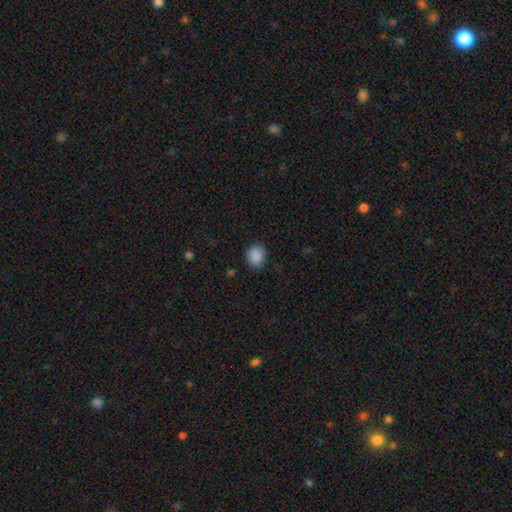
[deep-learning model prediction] Smooth or featured?
  - smooth: 88% *
  - star or artifact: 8%
  - featured or disk: 3%
How rounded?
  - round: 55% *
  - in between: 44%
  - cigar-shaped: 1%
Merging?
  - none: 83% *
  - minor disturbance: 13%
  - major disturbance: 3%
  - merger: 1%